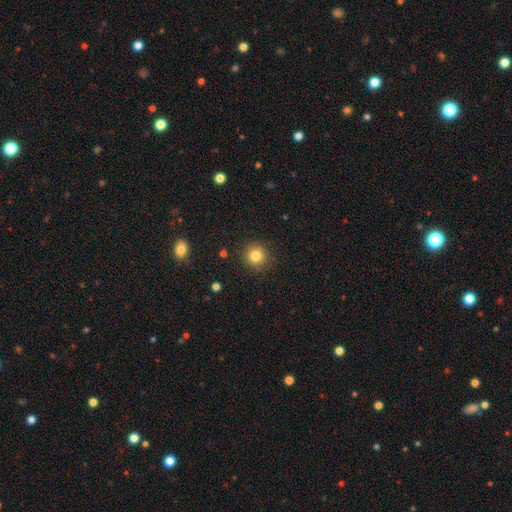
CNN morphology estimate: type=smooth (82%); roundness=round (93%); merging=none (89%).